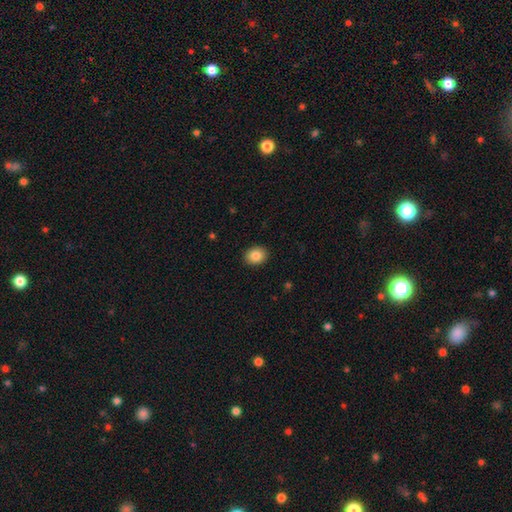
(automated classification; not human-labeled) Smooth or featured?
  - smooth: 86% *
  - star or artifact: 8%
  - featured or disk: 5%
How rounded?
  - round: 51% *
  - in between: 48%
  - cigar-shaped: 1%
Merging?
  - none: 91% *
  - minor disturbance: 6%
  - major disturbance: 2%
  - merger: 1%